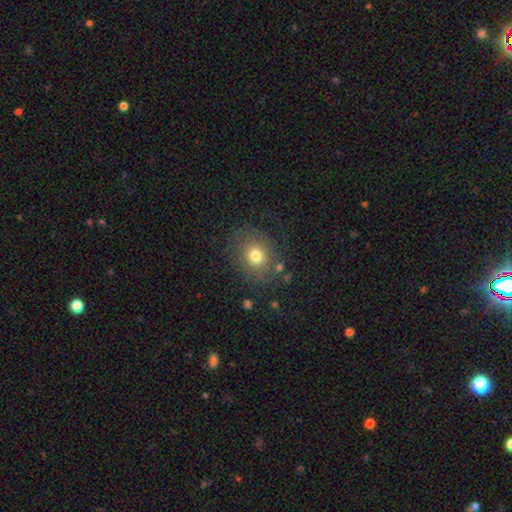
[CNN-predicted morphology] Q: Smooth or featured?
A: smooth (72%); runner-up: featured or disk (15%)
Q: How rounded?
A: round (71%); runner-up: in between (28%)
Q: Merging?
A: none (76%); runner-up: minor disturbance (14%)